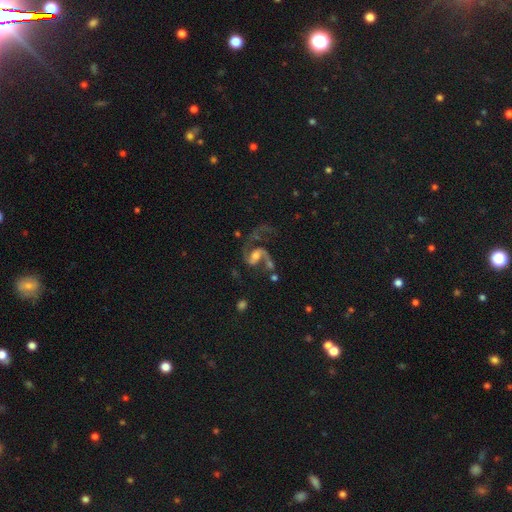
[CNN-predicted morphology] This appears to be a featured or disk galaxy (87%) with a weak bar (45%), 2 (79%) loose (47%) spiral arms (95%) and a moderate central bulge (49%). Merging: none (37%).